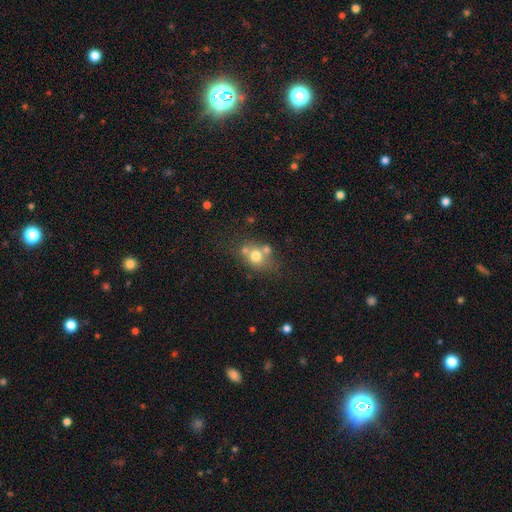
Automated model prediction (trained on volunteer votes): Q: Smooth or featured?
A: smooth (68%); runner-up: featured or disk (19%)
Q: How rounded?
A: round (65%); runner-up: in between (34%)
Q: Merging?
A: none (48%); runner-up: merger (34%)